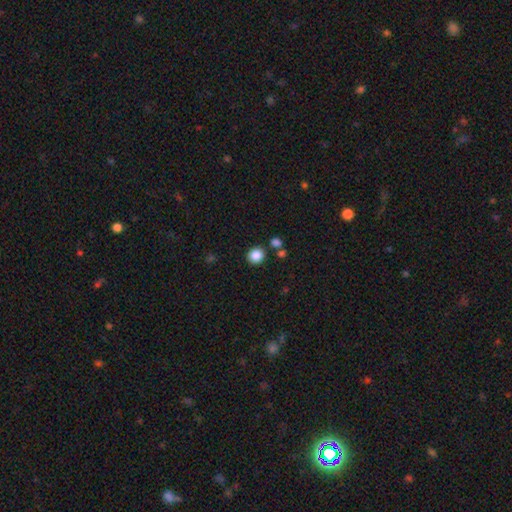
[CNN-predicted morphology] type=smooth (86%); roundness=round (82%); merging=none (83%).